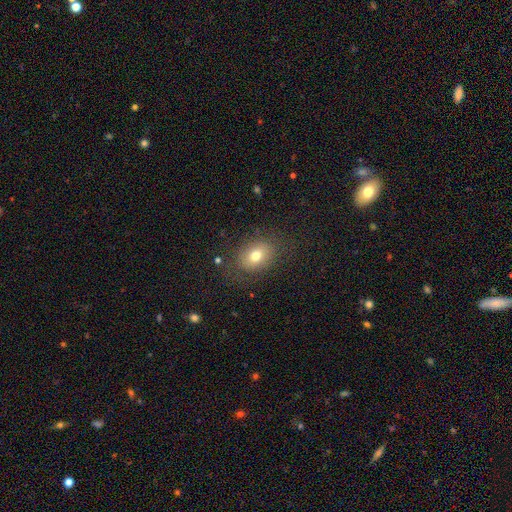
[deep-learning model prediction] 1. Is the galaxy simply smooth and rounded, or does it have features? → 73% smooth, 15% featured or disk, 12% star or artifact.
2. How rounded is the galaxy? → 62% in between, 37% round, 1% cigar-shaped.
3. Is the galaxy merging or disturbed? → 78% none, 14% minor disturbance, 7% major disturbance, 1% merger.